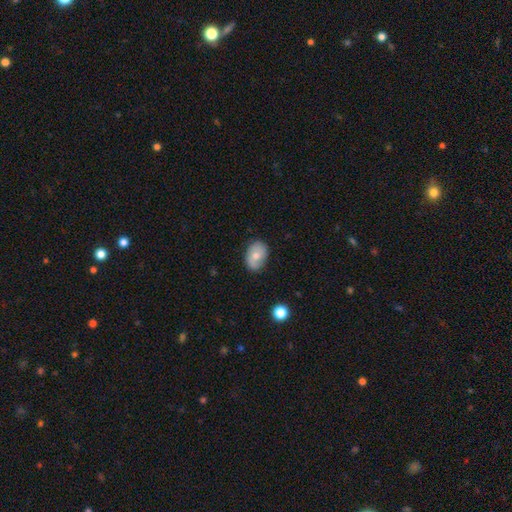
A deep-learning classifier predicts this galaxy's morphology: A smooth galaxy with no disk features (57%) that is in between round and cigar-shaped (75%).

Vote fractions:
- Smooth or featured? smooth: 57% / featured or disk: 35% / star or artifact: 8%
- How rounded? in between: 75% / round: 24% / cigar-shaped: 1%
- Merging? none: 74% / minor disturbance: 20% / major disturbance: 4% / merger: 2%